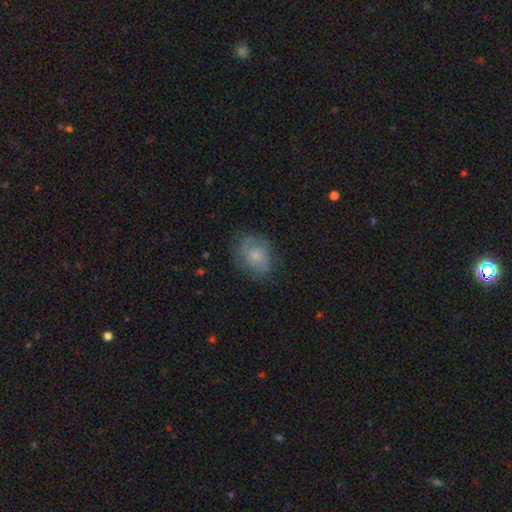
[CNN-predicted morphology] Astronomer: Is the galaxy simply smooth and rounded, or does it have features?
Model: smooth — 60%.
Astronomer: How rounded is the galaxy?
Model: in between — 53% (runner-up: round, 46%).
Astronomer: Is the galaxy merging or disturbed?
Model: none — 67%.